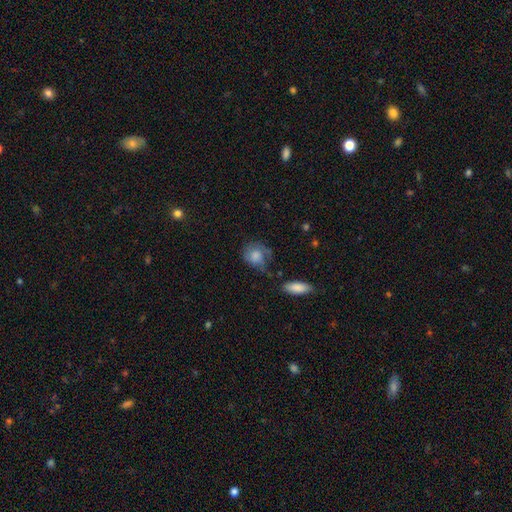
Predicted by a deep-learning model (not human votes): Smooth or featured?
  - smooth: 75% *
  - featured or disk: 17%
  - star or artifact: 8%
How rounded?
  - round: 65% *
  - in between: 33%
  - cigar-shaped: 2%
Merging?
  - none: 45% *
  - minor disturbance: 31%
  - major disturbance: 19%
  - merger: 5%